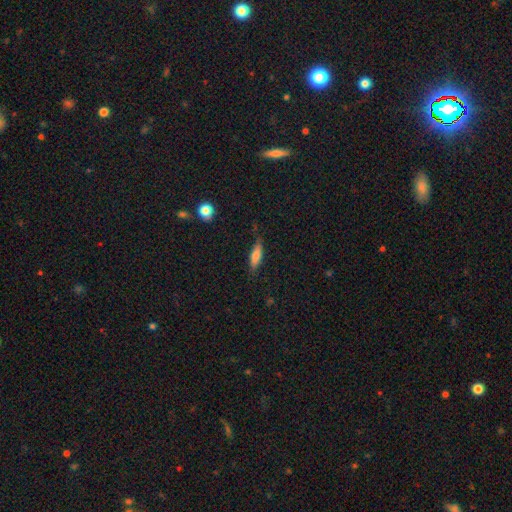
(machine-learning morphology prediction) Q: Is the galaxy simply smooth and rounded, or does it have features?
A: smooth — 73%.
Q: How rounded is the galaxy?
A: cigar-shaped — 55%.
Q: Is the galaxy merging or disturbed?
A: none — 72%.